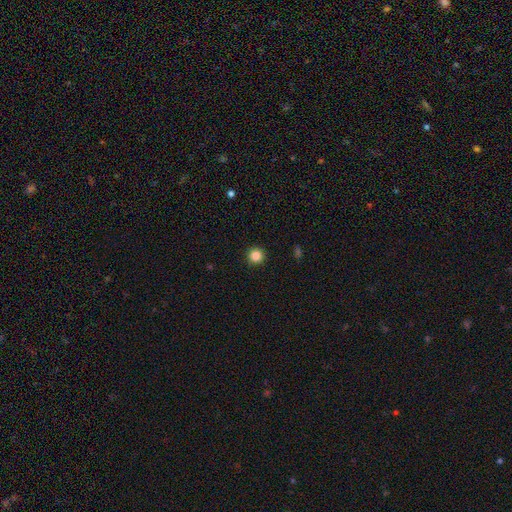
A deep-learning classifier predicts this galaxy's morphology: Smooth or featured?
  - smooth: 85% *
  - star or artifact: 11%
  - featured or disk: 4%
How rounded?
  - round: 96% *
  - in between: 3%
  - cigar-shaped: 1%
Merging?
  - none: 93% *
  - minor disturbance: 4%
  - major disturbance: 2%
  - merger: 1%